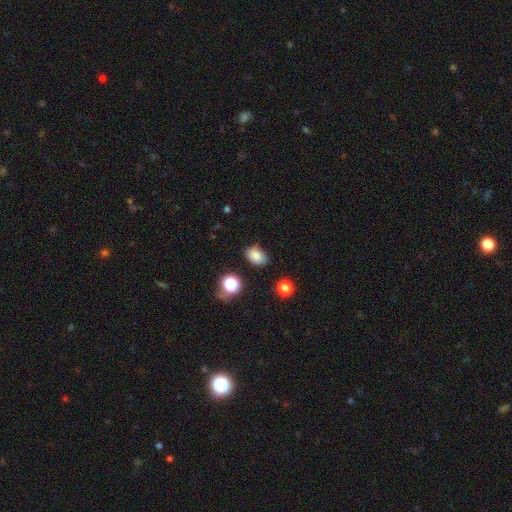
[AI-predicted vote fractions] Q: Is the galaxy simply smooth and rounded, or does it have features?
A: smooth — 83%.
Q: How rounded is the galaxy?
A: in between — 81%.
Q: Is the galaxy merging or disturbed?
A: none — 76%.